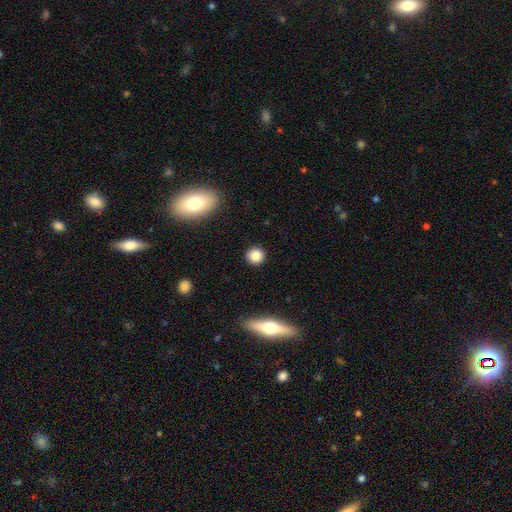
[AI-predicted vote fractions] A smooth galaxy with no disk features (84%) that is round (91%).

Vote fractions:
- Smooth or featured? smooth: 84% / star or artifact: 10% / featured or disk: 6%
- How rounded? round: 91% / in between: 8% / cigar-shaped: 1%
- Merging? none: 91% / minor disturbance: 6% / major disturbance: 2% / merger: 1%